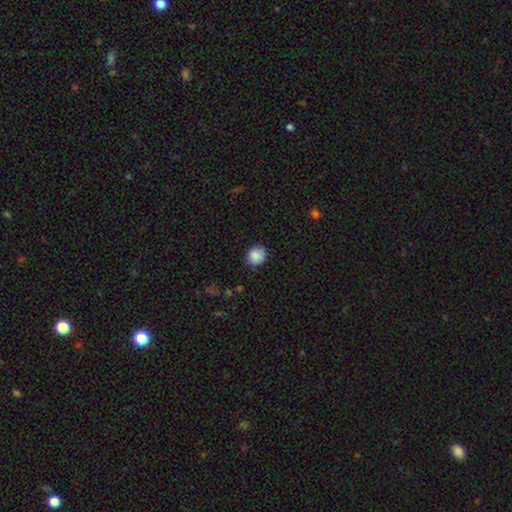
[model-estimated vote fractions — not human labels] smooth-or-featured: smooth: 88% | star or artifact: 9% | featured or disk: 3%
  how-rounded: round: 84% | in between: 15% | cigar-shaped: 1%
  merging: none: 86% | minor disturbance: 11% | major disturbance: 2% | merger: 1%